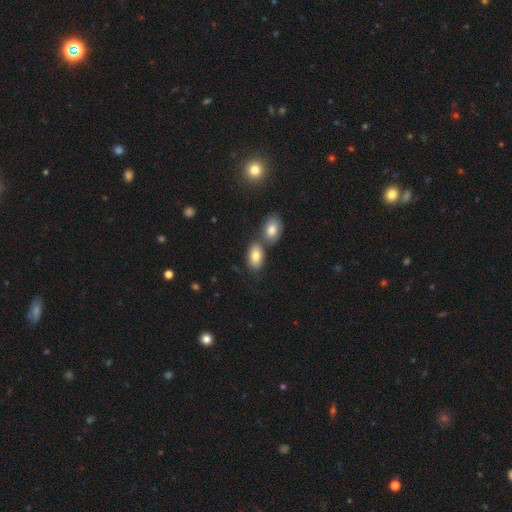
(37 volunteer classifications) Smooth or featured? 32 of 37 (86%) said smooth. How rounded? 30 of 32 (94%) said in between. Merging? 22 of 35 (63%) said none.